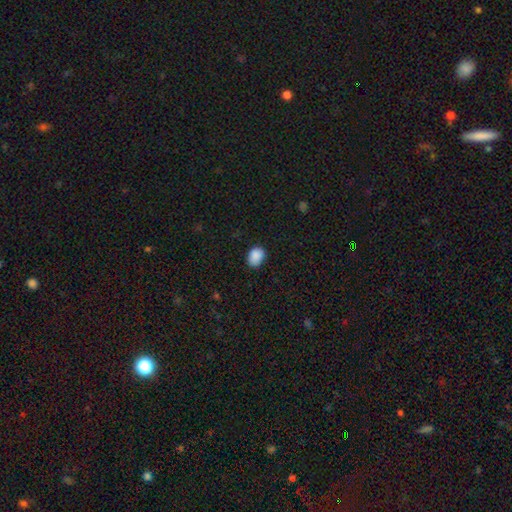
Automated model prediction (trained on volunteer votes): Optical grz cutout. It shows a smooth galaxy with no disk features (88%) that is in between round and cigar-shaped (69%). Merging: none (78%).